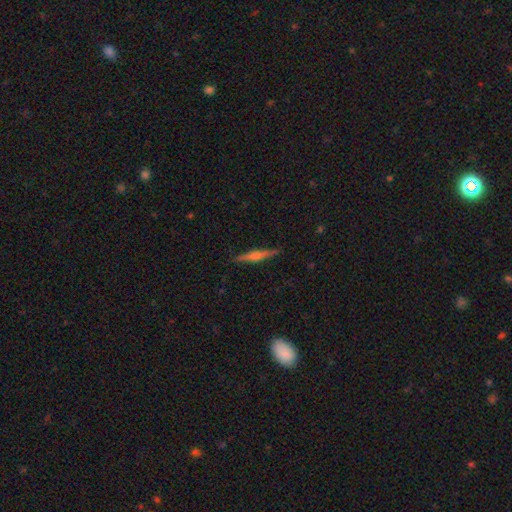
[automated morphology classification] featured or disk 71%, smooth 22%, star or artifact 7%. Down the decision tree: edge-on disk — yes (97%); edge-on bulge — rounded (80%); merging — none (90%).